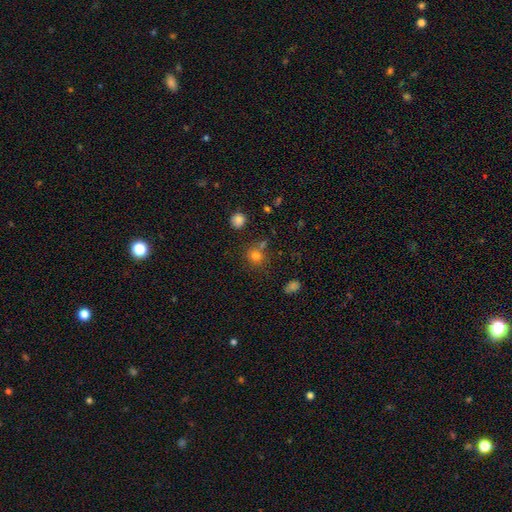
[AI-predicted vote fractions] Morphology: type=smooth (77%); roundness=round (84%); merging=none (67%).